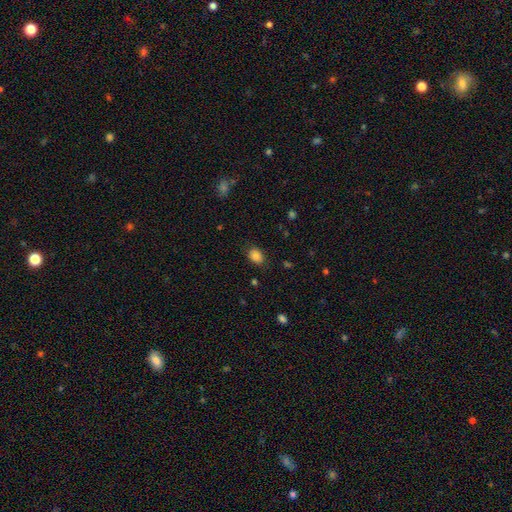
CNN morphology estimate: smooth-or-featured: smooth: 84% | star or artifact: 10% | featured or disk: 6%
  how-rounded: in between: 70% | round: 29% | cigar-shaped: 1%
  merging: none: 82% | minor disturbance: 13% | major disturbance: 3% | merger: 1%